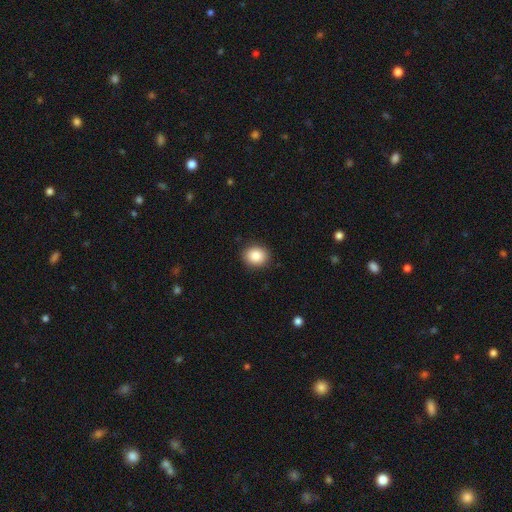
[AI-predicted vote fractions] smooth_or_featured: smooth (p=0.86) [alt: star or artifact p=0.09]
how_rounded: round (p=0.69) [alt: in between p=0.30]
merging: none (p=0.90) [alt: minor disturbance p=0.07]